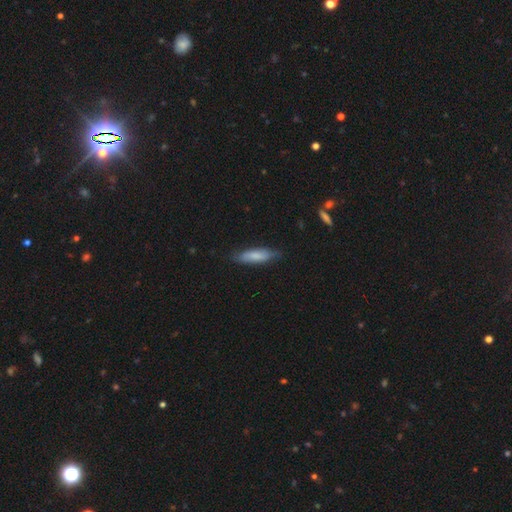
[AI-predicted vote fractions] Smooth or featured? smooth (76%)
How rounded? cigar-shaped (64%)
Merging? none (77%)